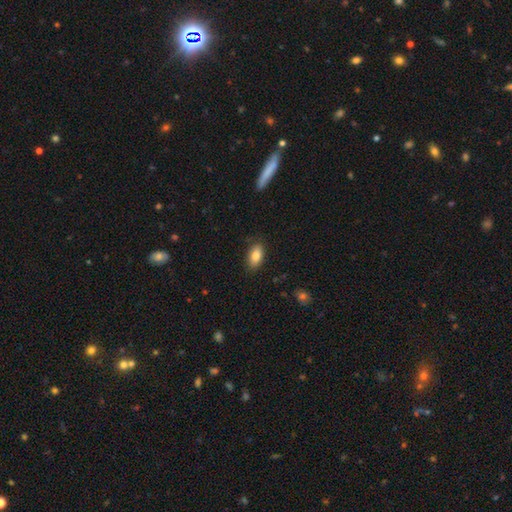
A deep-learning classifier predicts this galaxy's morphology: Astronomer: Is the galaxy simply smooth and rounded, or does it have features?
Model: smooth — 84%.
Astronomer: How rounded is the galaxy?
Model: in between — 91%.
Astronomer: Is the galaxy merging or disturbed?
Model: none — 84%.